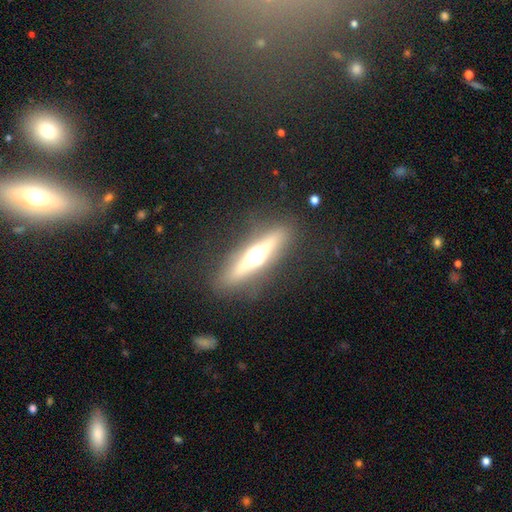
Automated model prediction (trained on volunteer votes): A featured or disk galaxy (69%) viewed edge-on (93%) with a rounded central bulge (95%).

Vote fractions:
- Smooth or featured? featured or disk: 69% / smooth: 22% / star or artifact: 9%
- Edge-on disk? yes: 93% / no: 7%
- Edge-on bulge? rounded: 95% / boxy: 3% / none: 2%
- Merging? none: 87% / minor disturbance: 9% / major disturbance: 4% / merger: 1%